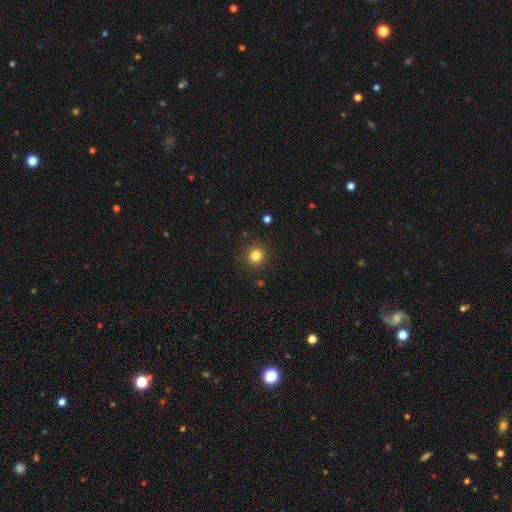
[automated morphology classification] A smooth galaxy with no disk features (82%) that is round (94%).

Vote fractions:
- Smooth or featured? smooth: 82% / star or artifact: 13% / featured or disk: 5%
- How rounded? round: 94% / in between: 5% / cigar-shaped: 1%
- Merging? none: 90% / minor disturbance: 6% / major disturbance: 2% / merger: 1%